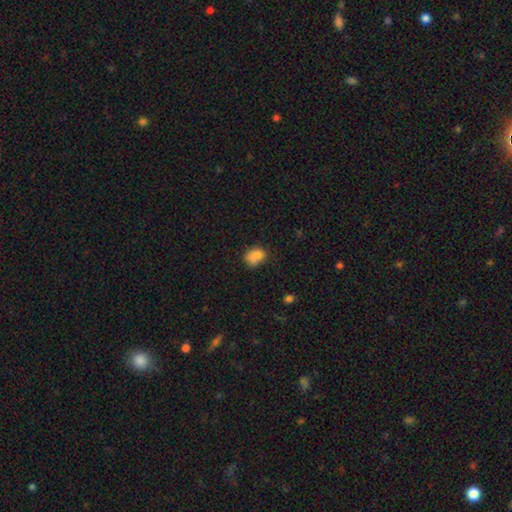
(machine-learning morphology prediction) Smooth or featured? Predicted: smooth (p=0.77). How rounded? Predicted: in between (p=0.55). Merging? Predicted: none (p=0.40).